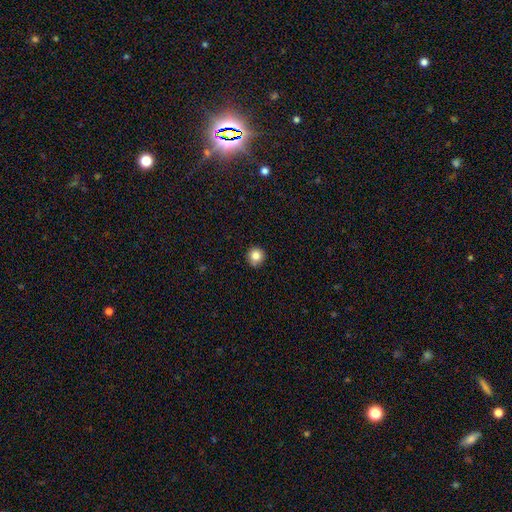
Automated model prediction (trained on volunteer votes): A smooth galaxy with no disk features (84%) that is round (93%). Merging: none (88%).